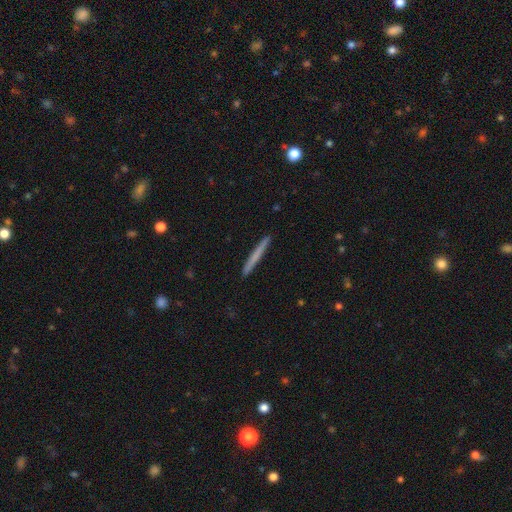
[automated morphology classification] This appears to be a smooth galaxy with no disk features (64%) that is cigar-shaped (97%). Merging: none (92%).